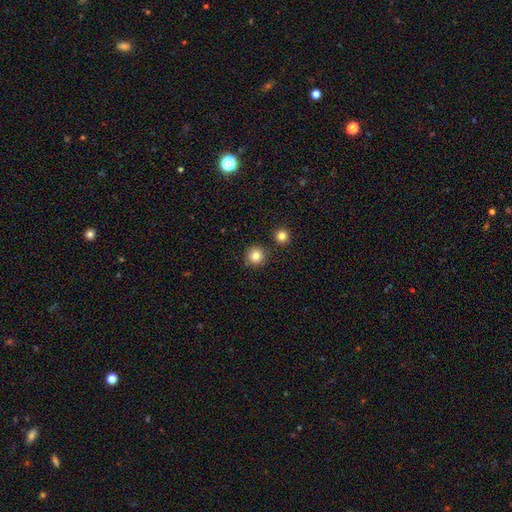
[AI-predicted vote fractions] Smooth or featured?
  - smooth: 84% *
  - star or artifact: 11%
  - featured or disk: 5%
How rounded?
  - round: 95% *
  - in between: 5%
  - cigar-shaped: 1%
Merging?
  - none: 88% *
  - minor disturbance: 6%
  - merger: 4%
  - major disturbance: 2%